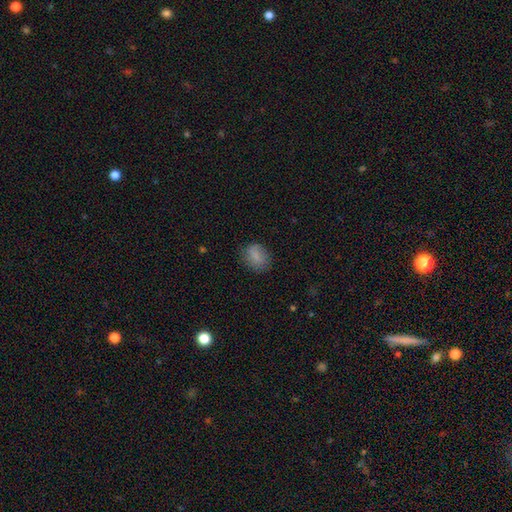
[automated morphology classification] Q: Smooth or featured?
A: smooth (83%); runner-up: star or artifact (9%)
Q: How rounded?
A: in between (63%); runner-up: round (36%)
Q: Merging?
A: none (74%); runner-up: minor disturbance (19%)